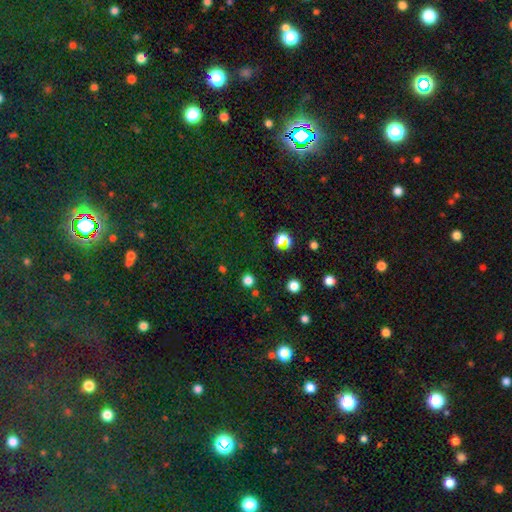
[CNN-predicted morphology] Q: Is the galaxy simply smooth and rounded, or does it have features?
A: star or artifact — 77%.